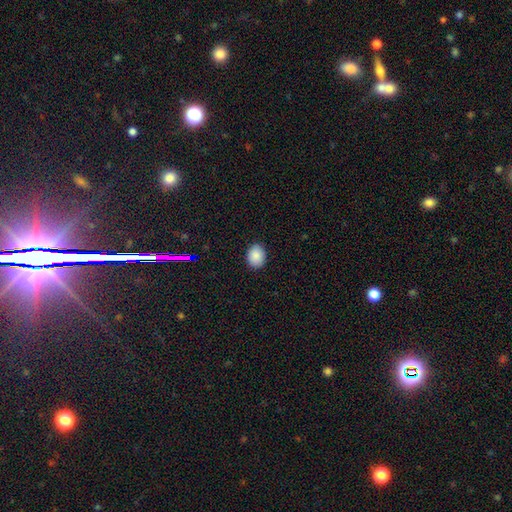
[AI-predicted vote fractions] Smooth or featured?
  - smooth: 88% *
  - star or artifact: 8%
  - featured or disk: 4%
How rounded?
  - in between: 58% *
  - round: 41%
  - cigar-shaped: 1%
Merging?
  - none: 89% *
  - minor disturbance: 9%
  - major disturbance: 2%
  - merger: 1%